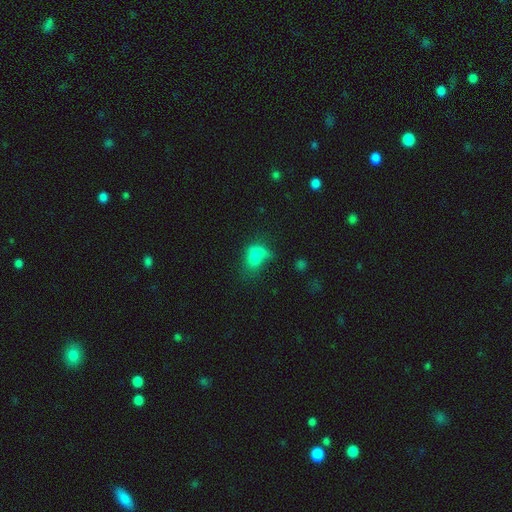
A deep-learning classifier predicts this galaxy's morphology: A smooth galaxy with no disk features (70%) that is in between round and cigar-shaped (74%). Merging: major disturbance (34%).